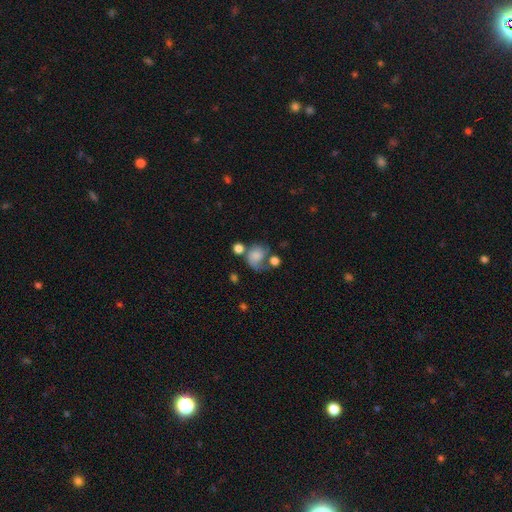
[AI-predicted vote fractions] This is likely a smooth galaxy (61%). How rounded: likely round (62%). Merging: marginally none (30%).